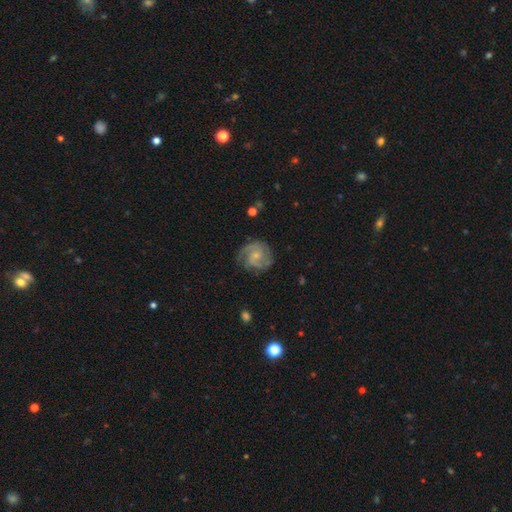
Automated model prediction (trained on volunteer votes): This appears to be a featured or disk galaxy (84%) with no bar (65%), 2 (51%) medium (46%) spiral arms (96%) and a small central bulge (67%). Merging: none (74%).